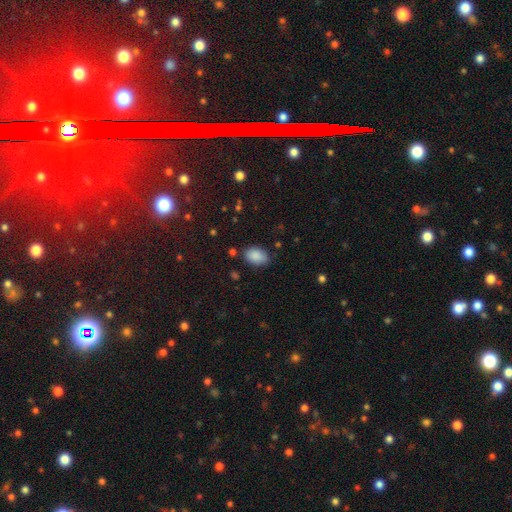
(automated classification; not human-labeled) Smooth or featured? smooth (88%)
How rounded? in between (85%)
Merging? none (78%)